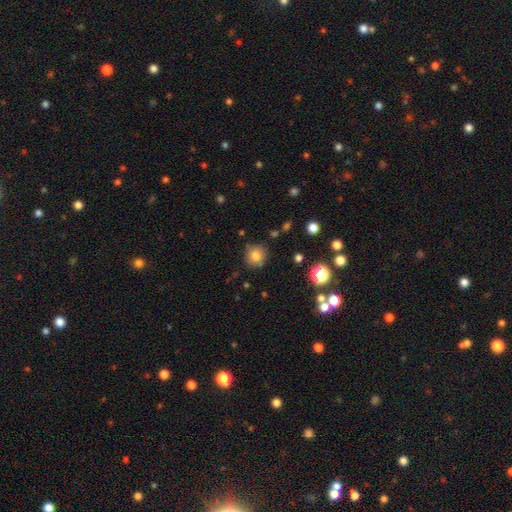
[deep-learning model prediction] smooth-or-featured: smooth: 79% | star or artifact: 12% | featured or disk: 8%
  how-rounded: round: 90% | in between: 9% | cigar-shaped: 1%
  merging: none: 83% | minor disturbance: 11% | major disturbance: 3% | merger: 3%